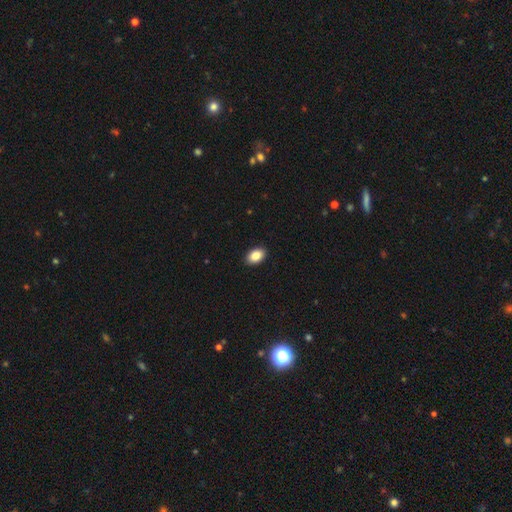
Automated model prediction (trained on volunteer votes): smooth-or-featured: smooth: 88% | star or artifact: 7% | featured or disk: 4%
  how-rounded: in between: 90% | round: 9% | cigar-shaped: 1%
  merging: none: 91% | minor disturbance: 6% | major disturbance: 2% | merger: 1%